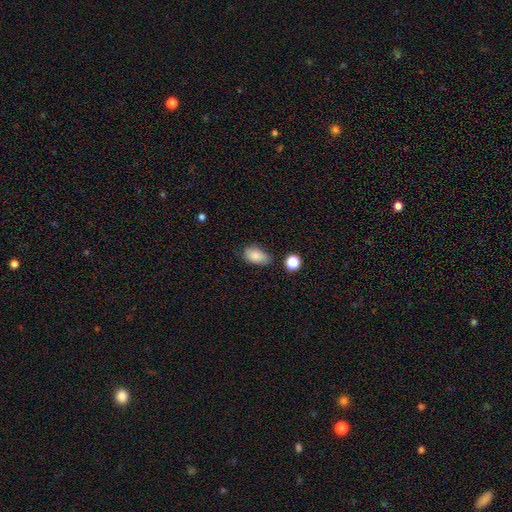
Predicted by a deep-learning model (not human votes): Smooth or featured: smooth — 86% (star or artifact — 8%)
How rounded: in between — 90% (round — 8%)
Merging: none — 65% (minor disturbance — 26%)